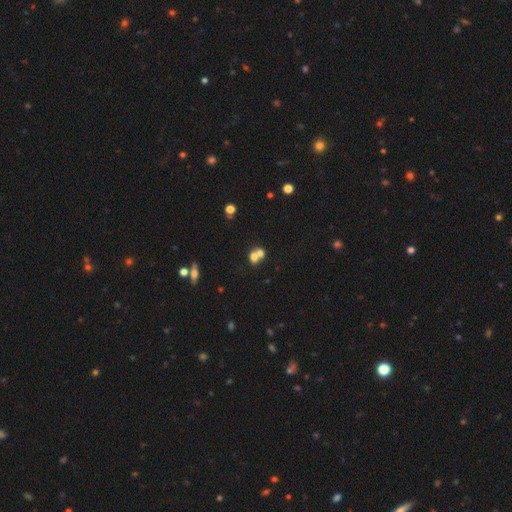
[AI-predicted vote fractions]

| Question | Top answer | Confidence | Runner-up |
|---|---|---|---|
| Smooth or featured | smooth | 66% | featured or disk (18%) |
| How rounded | round | 57% | in between (41%) |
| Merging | merger | 60% | none (30%) |